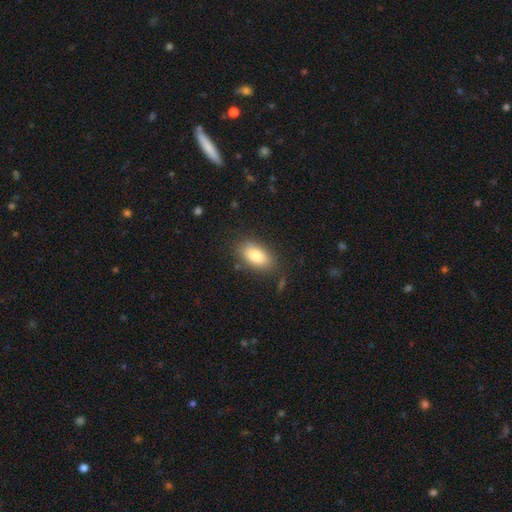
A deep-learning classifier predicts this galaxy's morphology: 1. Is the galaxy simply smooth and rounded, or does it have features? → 81% smooth, 11% featured or disk, 7% star or artifact.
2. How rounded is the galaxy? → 91% in between, 5% round, 4% cigar-shaped.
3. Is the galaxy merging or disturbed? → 81% none, 13% minor disturbance, 4% major disturbance, 2% merger.